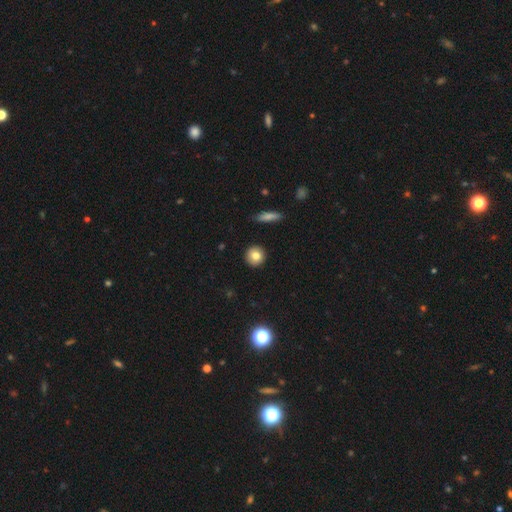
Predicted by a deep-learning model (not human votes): smooth 81%, featured or disk 10%, star or artifact 9%. Down the decision tree: how rounded — round (92%); merging — none (91%).